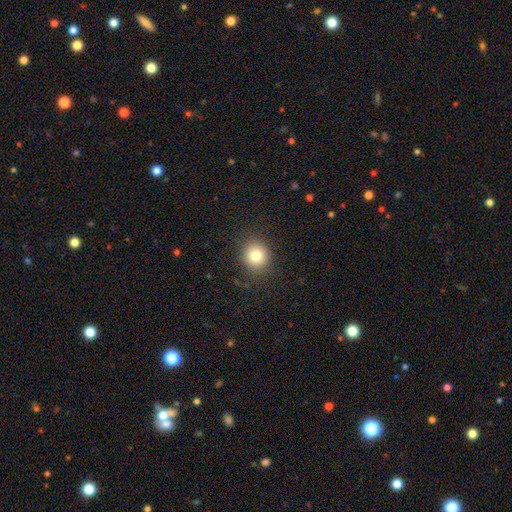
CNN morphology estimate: smooth-or-featured: smooth: 80% | star or artifact: 12% | featured or disk: 8%
  how-rounded: round: 86% | in between: 13% | cigar-shaped: 1%
  merging: none: 88% | minor disturbance: 8% | major disturbance: 3% | merger: 1%